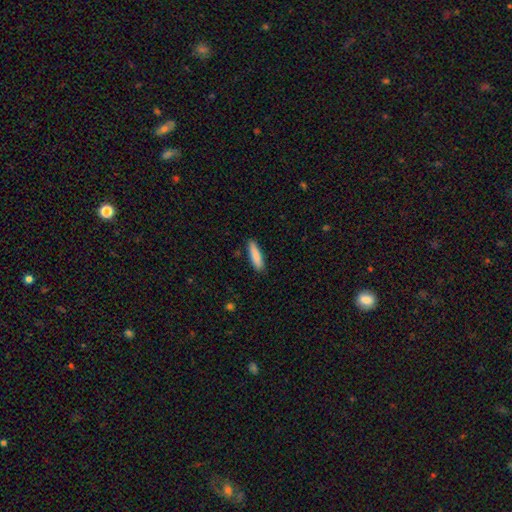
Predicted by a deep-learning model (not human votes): smooth_or_featured: smooth (p=0.86) [alt: featured or disk p=0.08]
how_rounded: cigar-shaped (p=0.74) [alt: in between p=0.25]
merging: none (p=0.87) [alt: minor disturbance p=0.10]